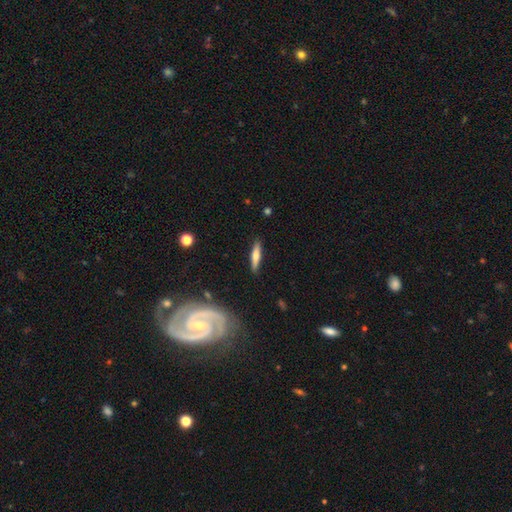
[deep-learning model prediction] smooth 55%, featured or disk 39%, star or artifact 6%. Down the decision tree: how rounded — cigar-shaped (80%); merging — none (87%).